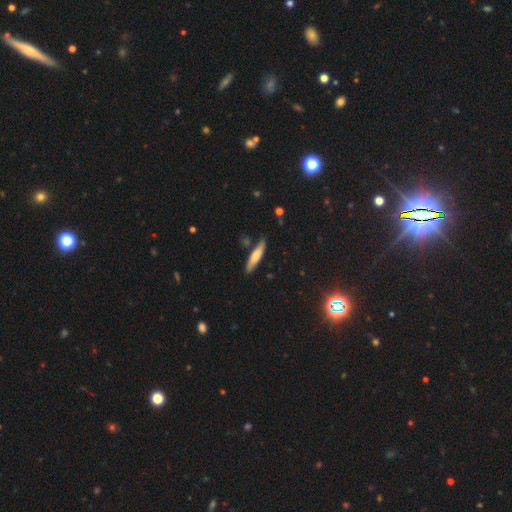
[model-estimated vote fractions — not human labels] Smooth or featured?
  - smooth: 62% *
  - featured or disk: 32%
  - star or artifact: 6%
How rounded?
  - cigar-shaped: 85% *
  - in between: 13%
  - round: 2%
Merging?
  - none: 82% *
  - minor disturbance: 13%
  - merger: 3%
  - major disturbance: 2%